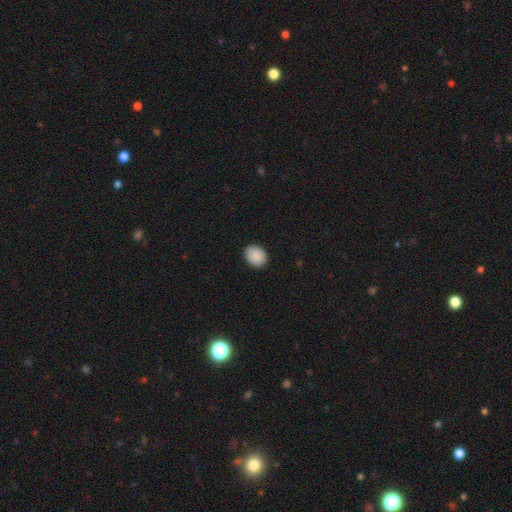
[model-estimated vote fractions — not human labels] This appears to be a smooth galaxy with no disk features (90%) that is in between round and cigar-shaped (54%). Merging: none (90%).